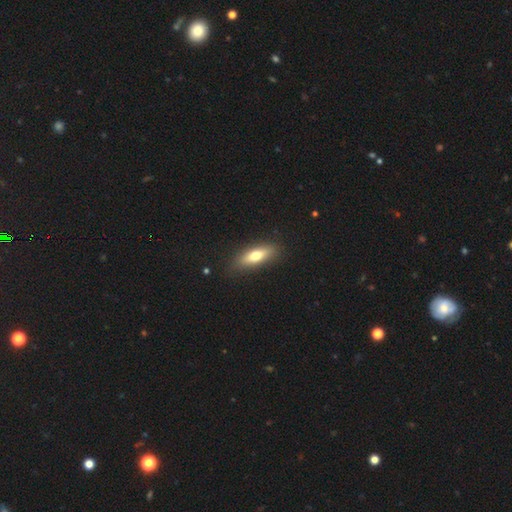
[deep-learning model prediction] smooth-or-featured: smooth: 65% | featured or disk: 29% | star or artifact: 6%
  how-rounded: in between: 54% | cigar-shaped: 43% | round: 3%
  merging: none: 87% | minor disturbance: 9% | major disturbance: 2% | merger: 1%